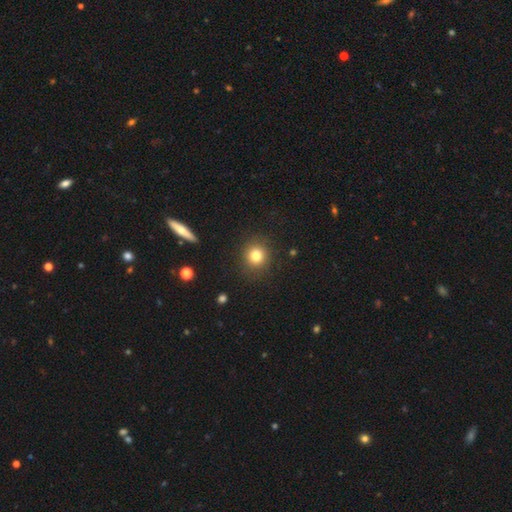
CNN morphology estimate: Smooth or featured: smooth — 81% (star or artifact — 12%)
How rounded: round — 89% (in between — 10%)
Merging: none — 88% (minor disturbance — 8%)